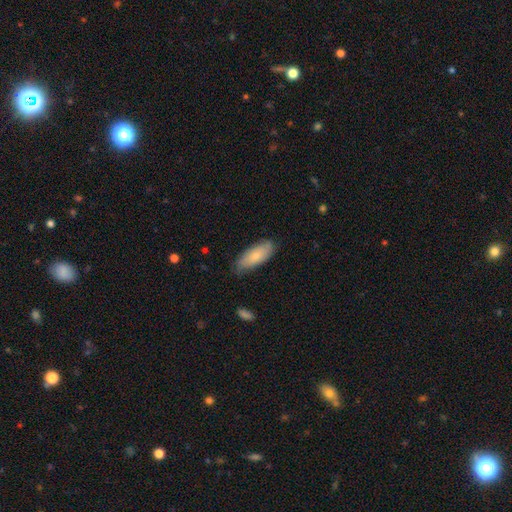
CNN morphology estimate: Smooth or featured: smooth — 74% (featured or disk — 20%)
How rounded: in between — 78% (cigar-shaped — 21%)
Merging: none — 73% (minor disturbance — 22%)